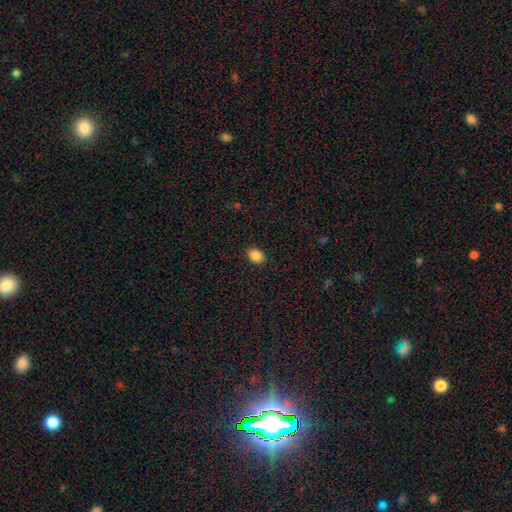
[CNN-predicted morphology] type=smooth (88%); roundness=in between (72%); merging=none (89%).